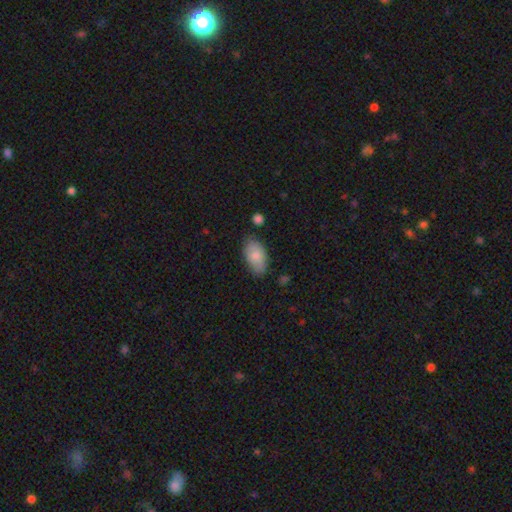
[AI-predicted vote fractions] This appears to be a smooth galaxy with no disk features (82%) that is in between round and cigar-shaped (94%). Merging: none (75%).